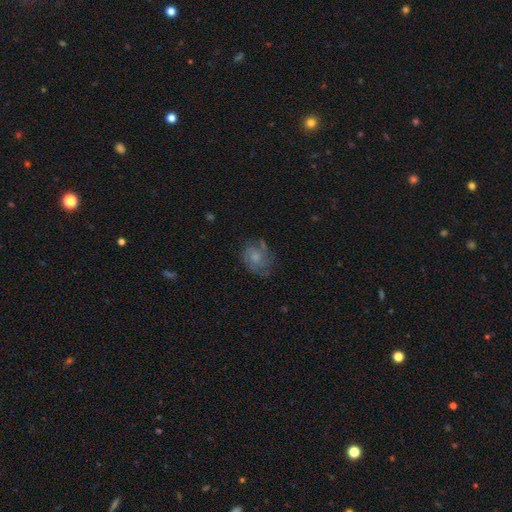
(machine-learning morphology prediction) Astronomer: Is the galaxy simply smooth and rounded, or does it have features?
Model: smooth — 50% (runner-up: featured or disk, 39%).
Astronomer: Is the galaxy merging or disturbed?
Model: none — 62%.